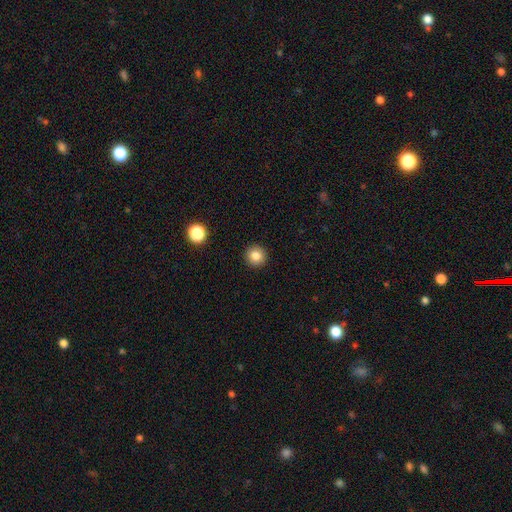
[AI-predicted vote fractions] This is clearly a smooth galaxy (84%). How rounded: clearly round (95%). Merging: clearly none (93%).